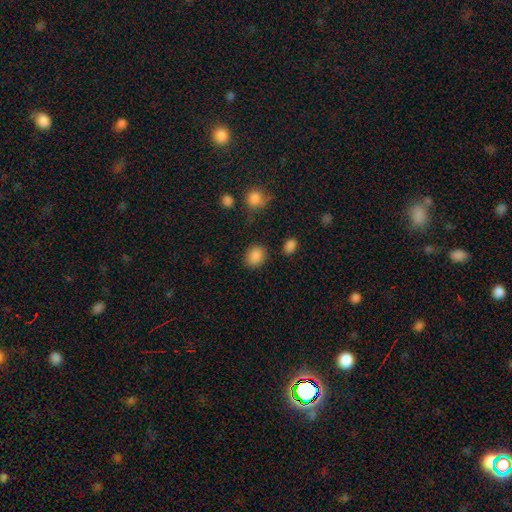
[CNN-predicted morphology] This is clearly a smooth galaxy (87%). How rounded: possibly in between (52%). Merging: clearly none (82%).